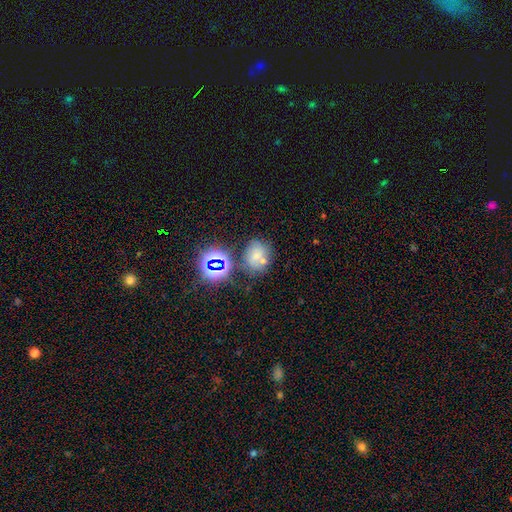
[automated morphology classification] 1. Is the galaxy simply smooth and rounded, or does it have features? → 60% smooth, 25% star or artifact, 15% featured or disk.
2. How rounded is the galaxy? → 51% round, 48% in between, 1% cigar-shaped.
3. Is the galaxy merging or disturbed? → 56% none, 20% merger, 17% minor disturbance, 7% major disturbance.